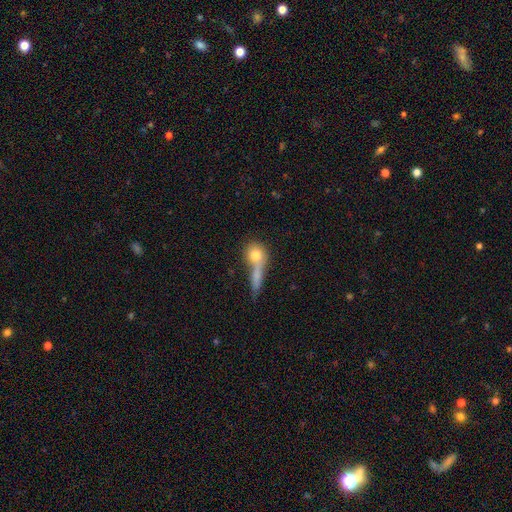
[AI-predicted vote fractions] smooth-or-featured: smooth: 75% | featured or disk: 16% | star or artifact: 9%
  how-rounded: round: 69% | in between: 21% | cigar-shaped: 9%
  merging: merger: 40% | none: 38% | minor disturbance: 12% | major disturbance: 10%